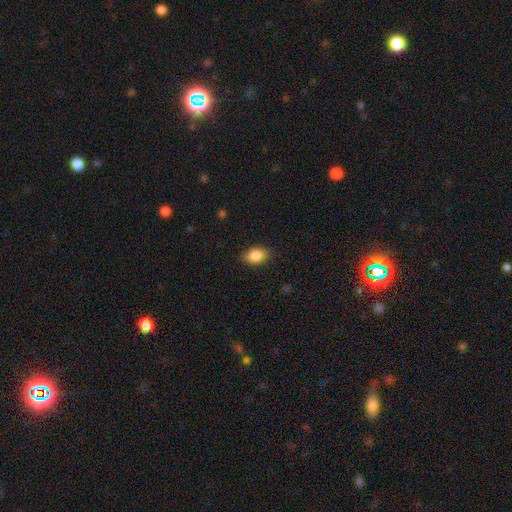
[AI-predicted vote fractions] Smooth or featured?
  - smooth: 86% *
  - star or artifact: 8%
  - featured or disk: 6%
How rounded?
  - in between: 78% *
  - round: 21%
  - cigar-shaped: 2%
Merging?
  - none: 84% *
  - minor disturbance: 13%
  - major disturbance: 3%
  - merger: 1%